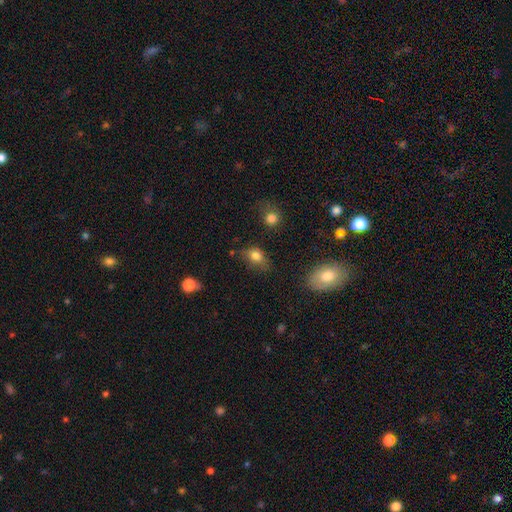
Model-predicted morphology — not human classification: Smooth or featured: smooth — 79% (star or artifact — 11%)
How rounded: in between — 72% (round — 26%)
Merging: none — 55% (minor disturbance — 30%)